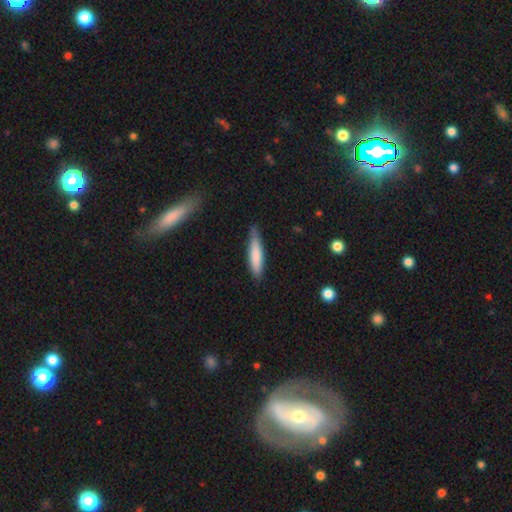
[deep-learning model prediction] Smooth or featured?
  - smooth: 78% *
  - featured or disk: 17%
  - star or artifact: 6%
How rounded?
  - cigar-shaped: 82% *
  - in between: 16%
  - round: 1%
Merging?
  - none: 76% *
  - minor disturbance: 20%
  - major disturbance: 3%
  - merger: 2%